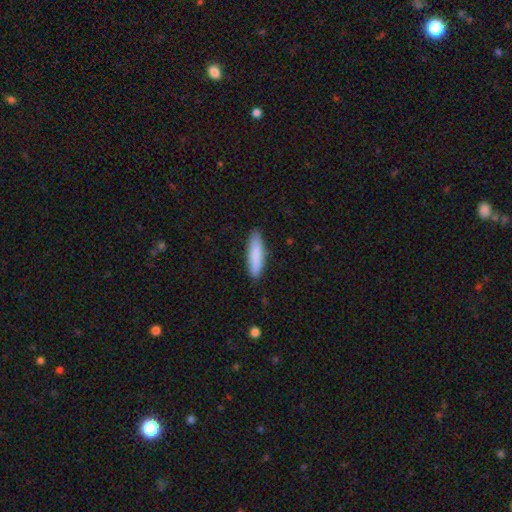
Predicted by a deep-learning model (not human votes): This appears to be a smooth galaxy with no disk features (86%) that is cigar-shaped (74%). Merging: none (88%).